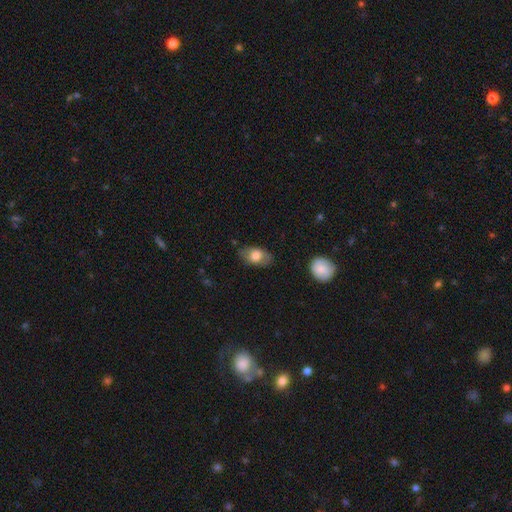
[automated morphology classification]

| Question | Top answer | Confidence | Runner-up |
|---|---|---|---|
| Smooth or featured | smooth | 73% | featured or disk (21%) |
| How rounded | in between | 89% | round (9%) |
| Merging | none | 77% | minor disturbance (17%) |